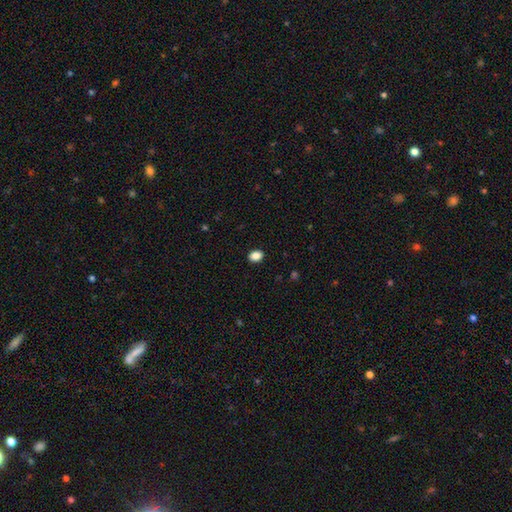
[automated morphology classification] type=smooth (88%); roundness=in between (69%); merging=none (91%).